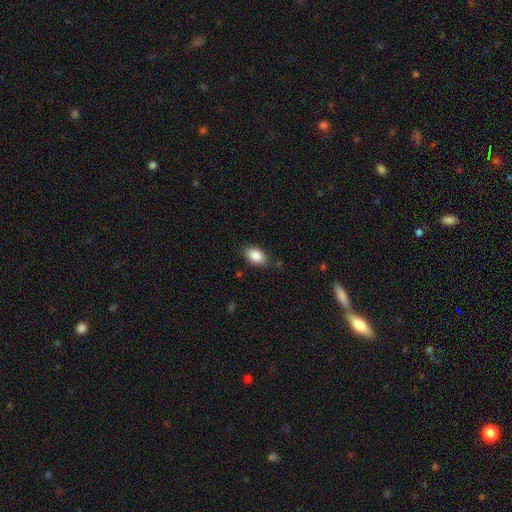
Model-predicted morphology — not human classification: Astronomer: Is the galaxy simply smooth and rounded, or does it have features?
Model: smooth — 87%.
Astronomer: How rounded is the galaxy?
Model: in between — 89%.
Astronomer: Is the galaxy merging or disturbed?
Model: none — 83%.